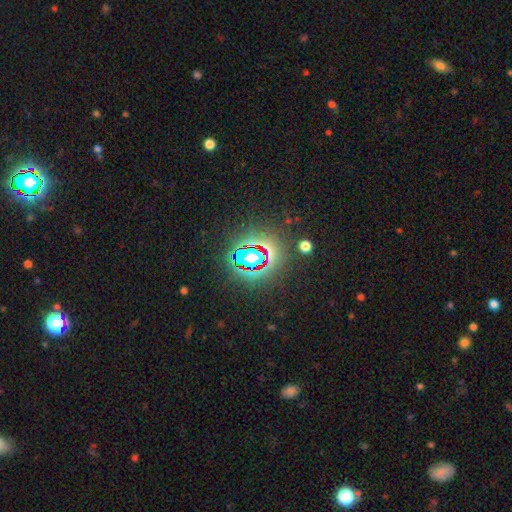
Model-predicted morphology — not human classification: This is likely a star or artifact rather than a galaxy (72%).